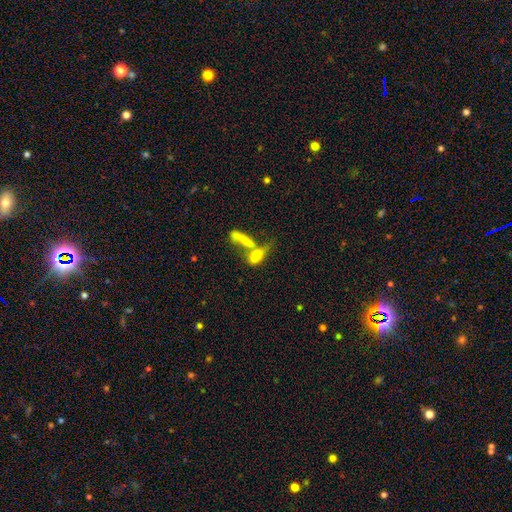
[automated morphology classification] Overall: smooth (68%). How rounded: in between (62%; cigar-shaped 33%). Merging: merger (58%; none 22%).